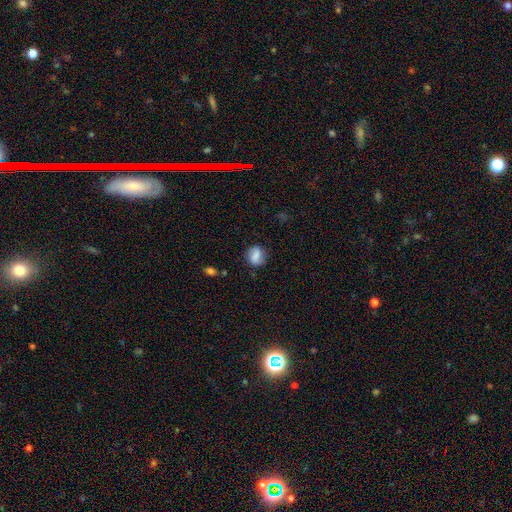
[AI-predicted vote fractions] A smooth galaxy with no disk features (68%) that is round (53%). Merging: none (77%).